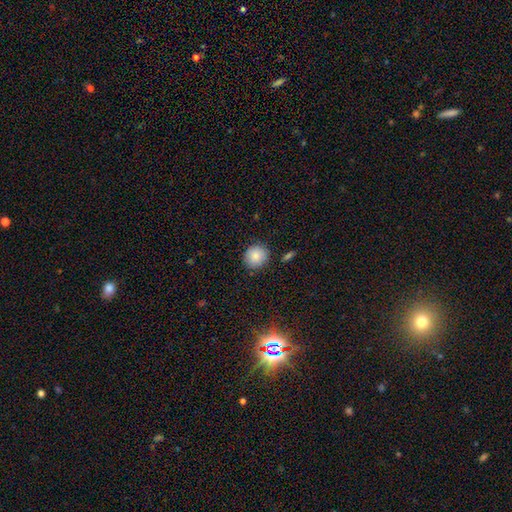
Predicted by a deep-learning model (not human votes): Smooth or featured? smooth (84%)
How rounded? round (89%)
Merging? none (87%)